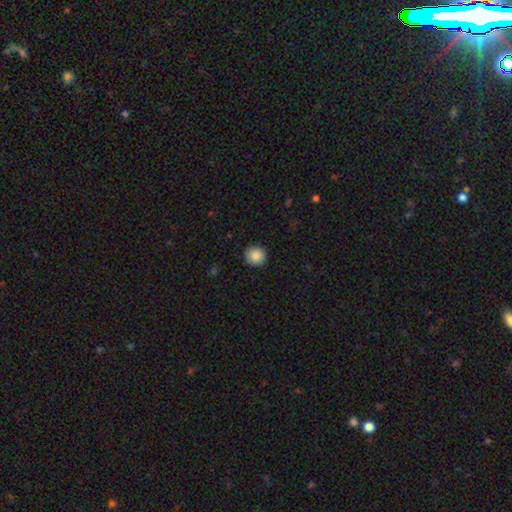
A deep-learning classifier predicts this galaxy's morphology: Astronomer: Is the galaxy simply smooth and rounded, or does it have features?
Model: smooth — 87%.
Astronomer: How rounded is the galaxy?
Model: round — 92%.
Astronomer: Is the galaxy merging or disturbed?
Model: none — 92%.